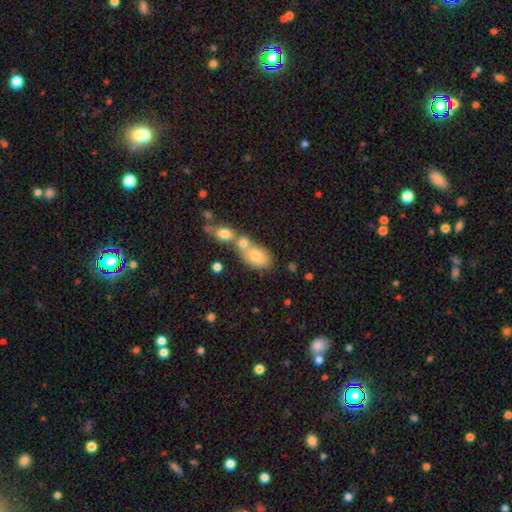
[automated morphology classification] Smooth or featured?
  - smooth: 72% *
  - featured or disk: 17%
  - star or artifact: 10%
How rounded?
  - in between: 81% *
  - round: 16%
  - cigar-shaped: 3%
Merging?
  - merger: 57% *
  - none: 30%
  - minor disturbance: 9%
  - major disturbance: 4%